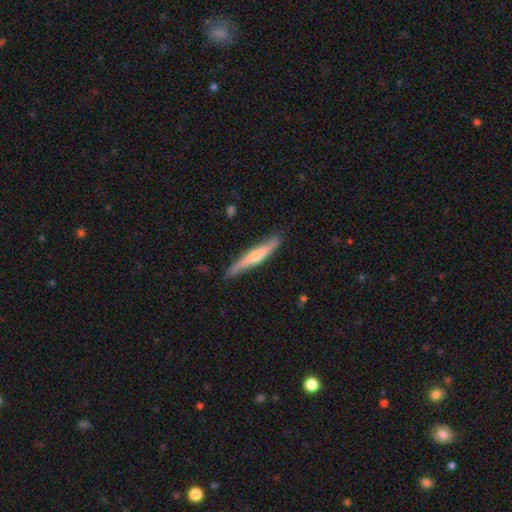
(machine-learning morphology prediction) A smooth galaxy with no disk features (49%). Merging: none (81%).